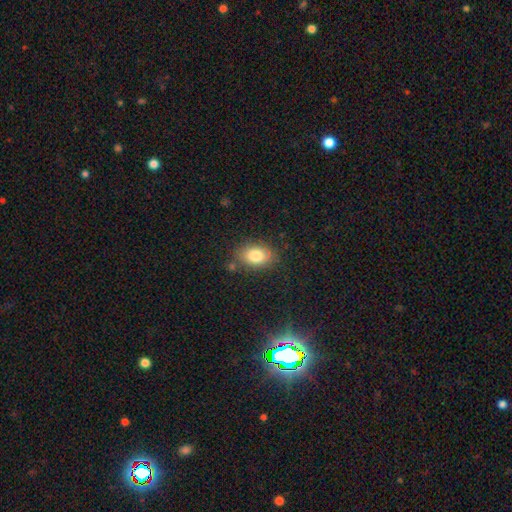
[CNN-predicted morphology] Smooth or featured? smooth (81%)
How rounded? in between (83%)
Merging? none (78%)